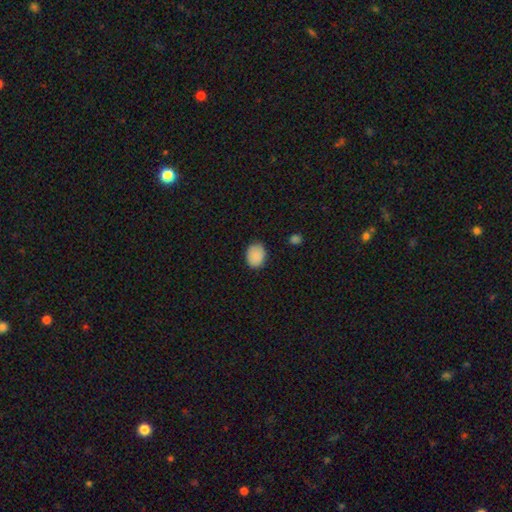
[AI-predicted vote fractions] A smooth galaxy with no disk features (88%) that is in between round and cigar-shaped (53%).

Vote fractions:
- Smooth or featured? smooth: 88% / star or artifact: 8% / featured or disk: 4%
- How rounded? in between: 53% / round: 46% / cigar-shaped: 1%
- Merging? none: 83% / minor disturbance: 13% / major disturbance: 2% / merger: 1%